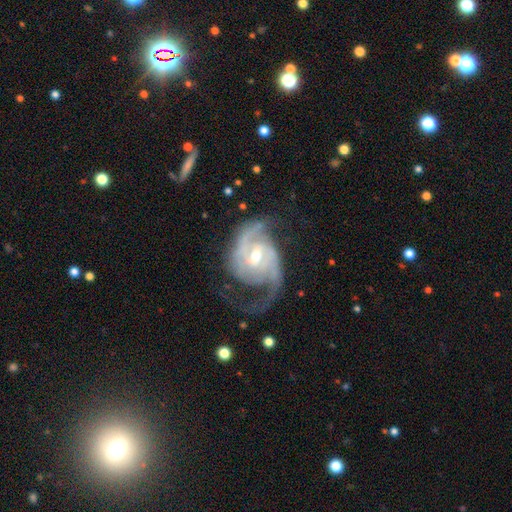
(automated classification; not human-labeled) This is clearly a featured or disk galaxy (91%). It is clearly not viewed edge-on (97%). Bar: possibly weak (47%). Spiral arm pattern: clearly yes (97%). Spiral arm count: likely 2 (74%). Spiral winding: possibly medium (48%). Central bulge: possibly moderate (52%). Merging: possibly none (56%).